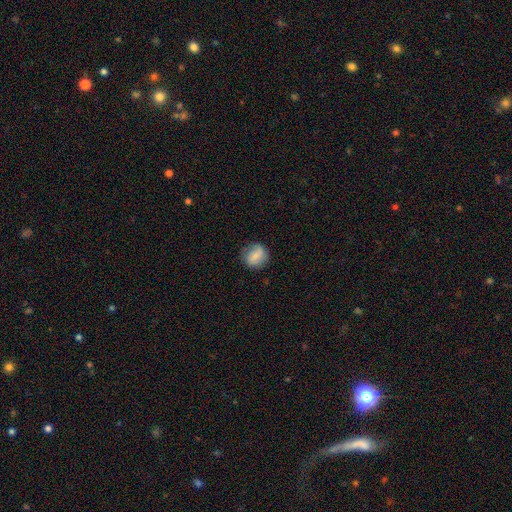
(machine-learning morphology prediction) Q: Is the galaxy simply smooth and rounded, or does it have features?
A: smooth — 66%.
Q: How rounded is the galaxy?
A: round — 83%.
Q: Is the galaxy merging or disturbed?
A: none — 78%.